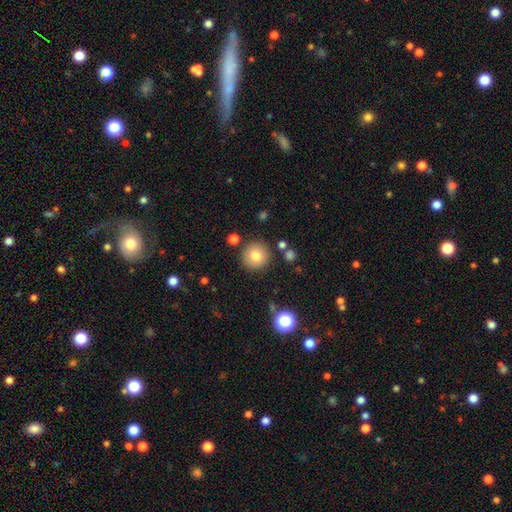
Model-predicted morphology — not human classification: Smooth or featured: smooth — 80% (star or artifact — 11%)
How rounded: round — 94% (in between — 5%)
Merging: none — 87% (minor disturbance — 7%)